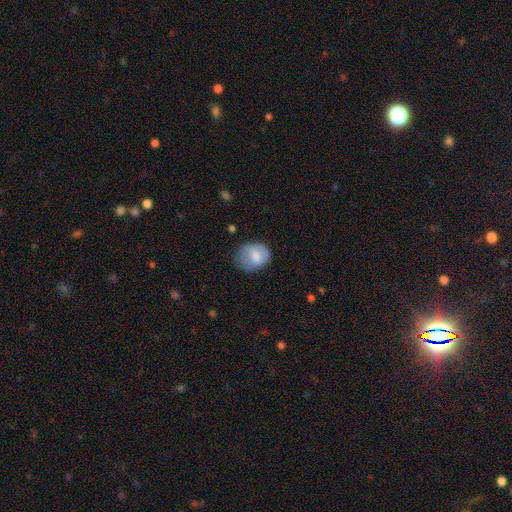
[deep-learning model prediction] smooth-or-featured: smooth: 72% | featured or disk: 21% | star or artifact: 7%
  how-rounded: round: 63% | in between: 36% | cigar-shaped: 1%
  merging: none: 64% | minor disturbance: 26% | major disturbance: 9% | merger: 1%